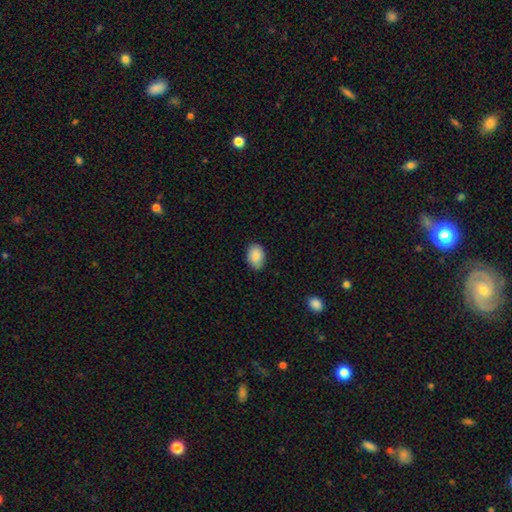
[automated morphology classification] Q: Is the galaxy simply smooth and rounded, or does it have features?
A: smooth — 88%.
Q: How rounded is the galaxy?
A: in between — 82%.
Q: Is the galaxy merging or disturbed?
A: none — 85%.